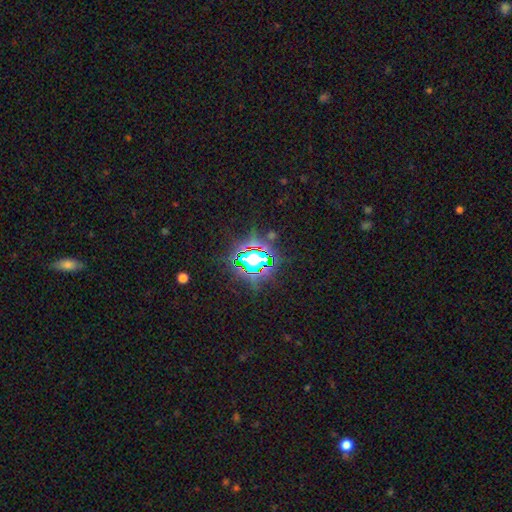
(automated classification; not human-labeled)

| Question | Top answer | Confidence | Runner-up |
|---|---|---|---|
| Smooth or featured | star or artifact | 73% | smooth (15%) |